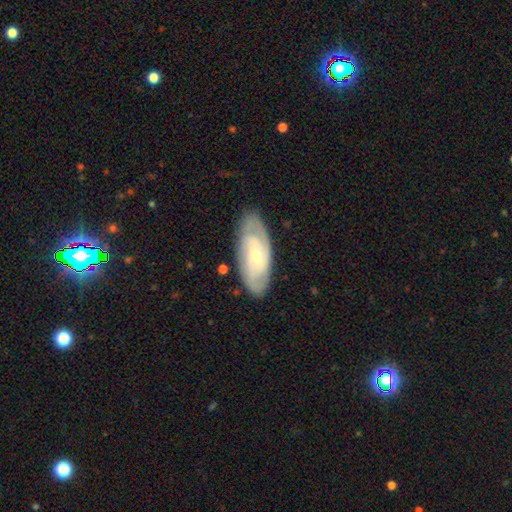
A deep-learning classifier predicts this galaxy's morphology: A featured or disk galaxy (71%) with no bar (45%), 2 (51%) tight (56%) spiral arms (90%) and a small central bulge (68%).

Vote fractions:
- Smooth or featured? featured or disk: 71% / smooth: 23% / star or artifact: 5%
- Edge-on disk? no: 91% / yes: 9%
- Bar? no: 45% / weak: 43% / strong: 12%
- Spiral arms? yes: 90% / no: 10%
- Spiral winding? tight: 56% / medium: 34% / loose: 10%
- Spiral arm count? 2: 51% / can't tell: 30% / 3: 10% / 4: 4% / 1: 3% / more than 4: 2%
- Bulge size? small: 68% / moderate: 27% / none: 2% / large: 2% / dominant: 1%
- Merging? none: 82% / minor disturbance: 13% / major disturbance: 3% / merger: 1%